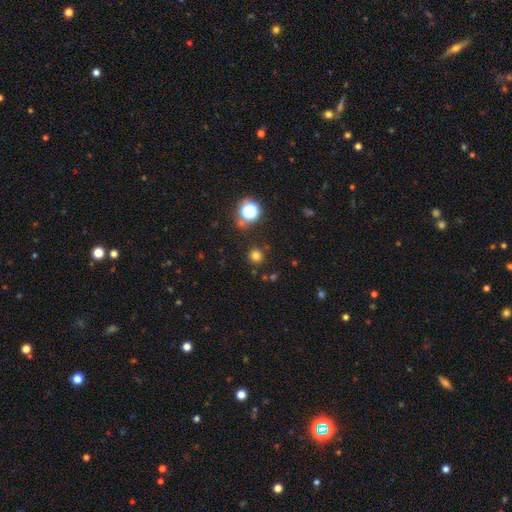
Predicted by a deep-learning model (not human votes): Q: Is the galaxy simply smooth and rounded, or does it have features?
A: smooth — 75%.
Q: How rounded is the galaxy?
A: round — 92%.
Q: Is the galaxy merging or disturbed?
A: none — 86%.